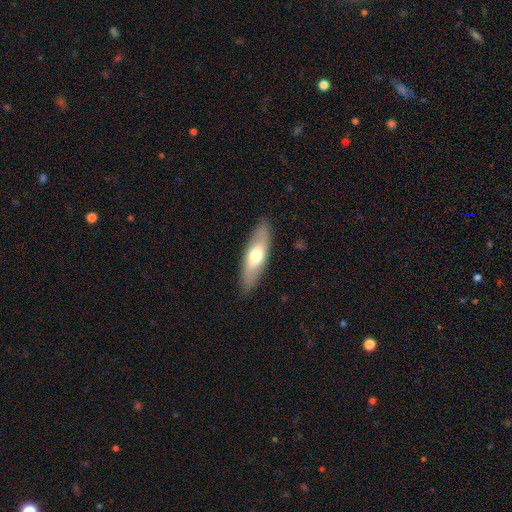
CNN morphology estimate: Q: Smooth or featured?
A: smooth (60%); runner-up: featured or disk (35%)
Q: How rounded?
A: in between (53%); runner-up: cigar-shaped (45%)
Q: Merging?
A: none (87%); runner-up: minor disturbance (9%)